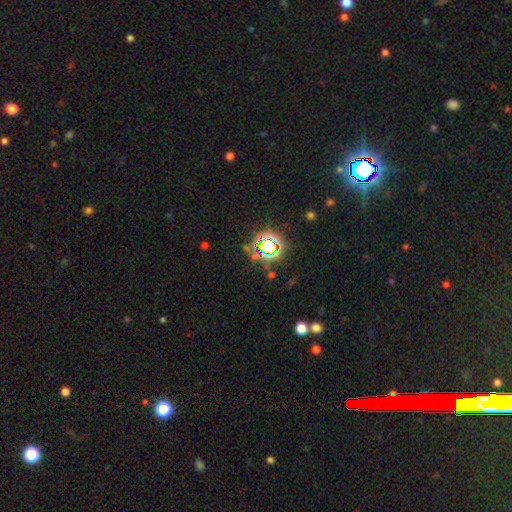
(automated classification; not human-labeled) A star or artifact, not a galaxy (77%).